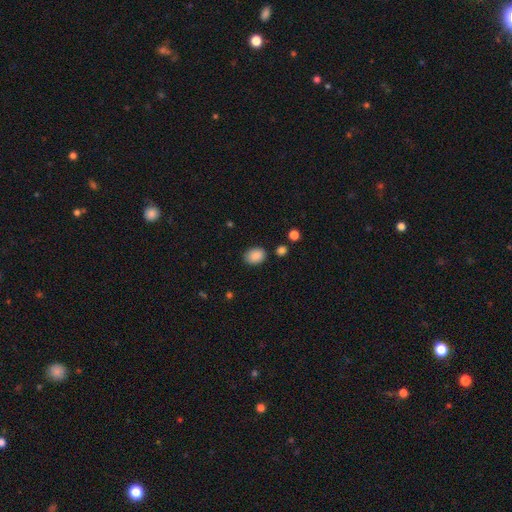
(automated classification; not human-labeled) smooth_or_featured: smooth (p=0.88) [alt: star or artifact p=0.08]
how_rounded: in between (p=0.68) [alt: round p=0.31]
merging: none (p=0.82) [alt: minor disturbance p=0.12]